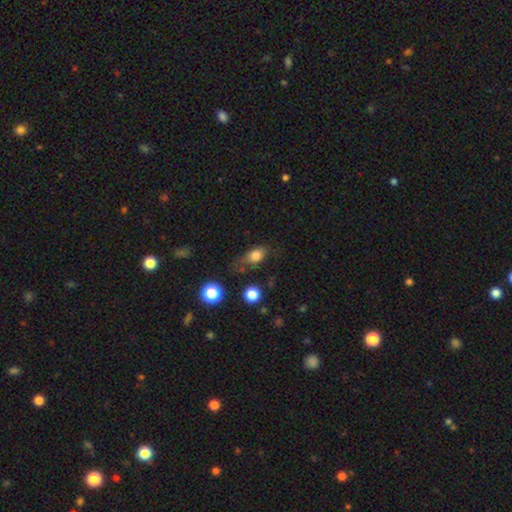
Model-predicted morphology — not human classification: Q: Smooth or featured?
A: smooth (78%); runner-up: featured or disk (12%)
Q: How rounded?
A: in between (67%); runner-up: round (28%)
Q: Merging?
A: none (50%); runner-up: minor disturbance (29%)